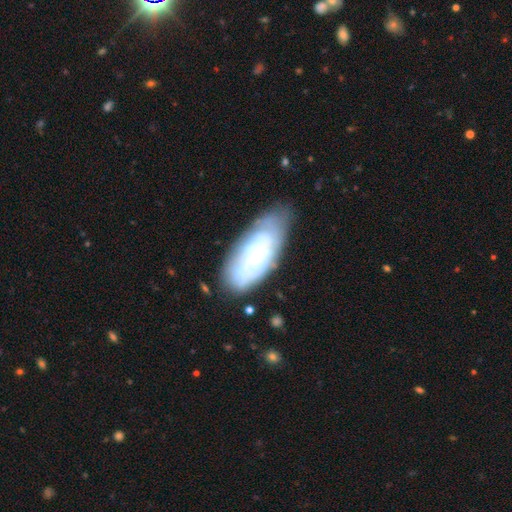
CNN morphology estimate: A featured or disk galaxy (71%) with no bar (75%), spiral arms (74%) and a small central bulge (58%).

Vote fractions:
- Smooth or featured? featured or disk: 71% / smooth: 23% / star or artifact: 6%
- Edge-on disk? no: 92% / yes: 8%
- Bar? no: 75% / weak: 20% / strong: 5%
- Spiral arms? yes: 74% / no: 26%
- Bulge size? small: 58% / moderate: 33% / none: 4% / large: 3% / dominant: 1%
- Merging? none: 61% / minor disturbance: 27% / major disturbance: 9% / merger: 3%